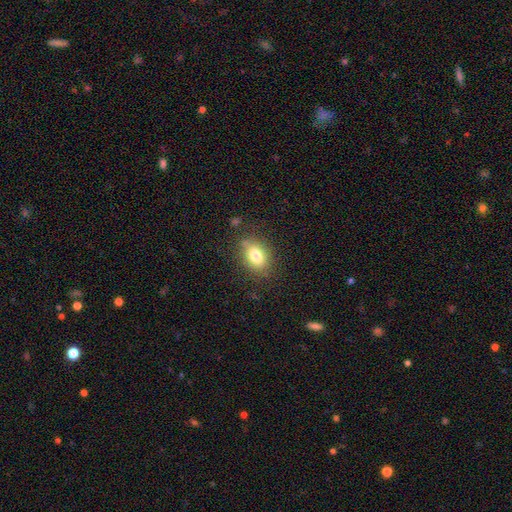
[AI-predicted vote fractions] Overall: smooth (78%). How rounded: in between (69%; round 30%). Merging: none (79%).